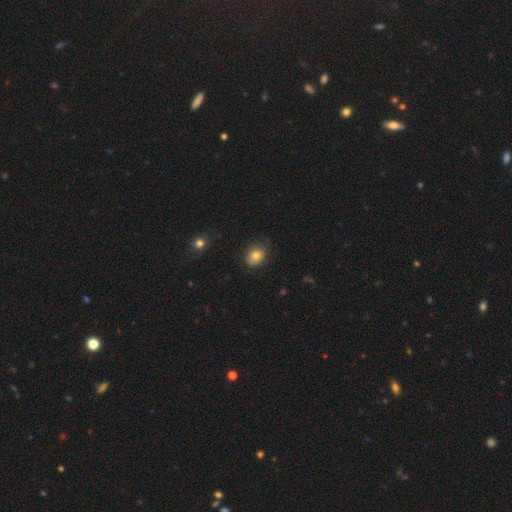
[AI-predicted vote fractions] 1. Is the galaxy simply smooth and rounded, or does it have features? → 80% smooth, 10% featured or disk, 10% star or artifact.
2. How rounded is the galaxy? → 56% round, 43% in between, 1% cigar-shaped.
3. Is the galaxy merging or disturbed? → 77% none, 18% minor disturbance, 4% major disturbance, 1% merger.